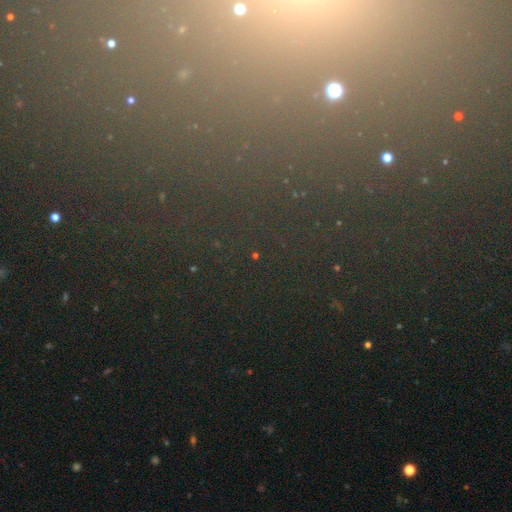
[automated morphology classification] Q: Smooth or featured?
A: star or artifact (76%); runner-up: smooth (14%)